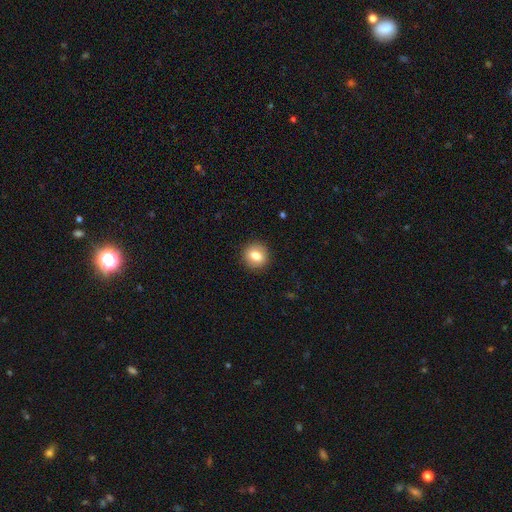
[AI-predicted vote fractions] smooth_or_featured: smooth (p=0.79) [alt: featured or disk p=0.12]
how_rounded: round (p=0.82) [alt: in between p=0.17]
merging: none (p=0.90) [alt: minor disturbance p=0.07]